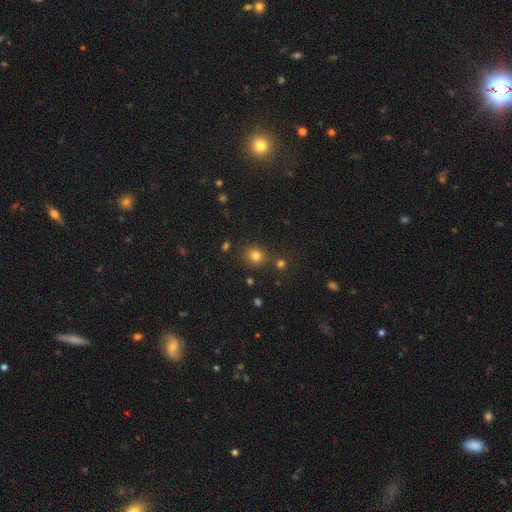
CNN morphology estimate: This is likely a smooth galaxy (77%). How rounded: clearly round (85%). Merging: likely none (79%).